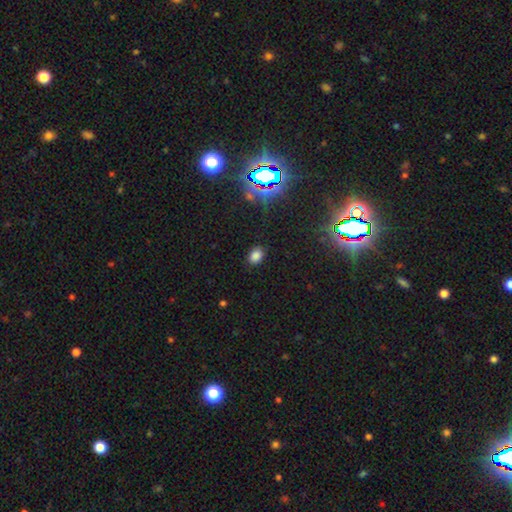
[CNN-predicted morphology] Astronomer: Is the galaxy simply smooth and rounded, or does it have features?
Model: smooth — 79%.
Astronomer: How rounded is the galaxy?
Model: in between — 74%.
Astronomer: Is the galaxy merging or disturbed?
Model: none — 85%.